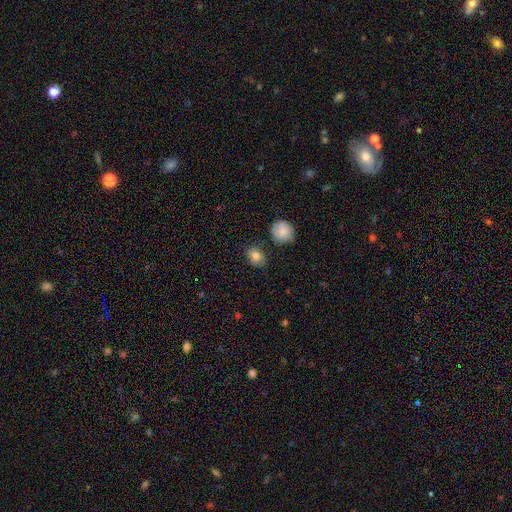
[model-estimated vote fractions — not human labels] smooth_or_featured: smooth (p=0.80) [alt: featured or disk p=0.10]
how_rounded: in between (p=0.54) [alt: round p=0.45]
merging: none (p=0.80) [alt: minor disturbance p=0.13]